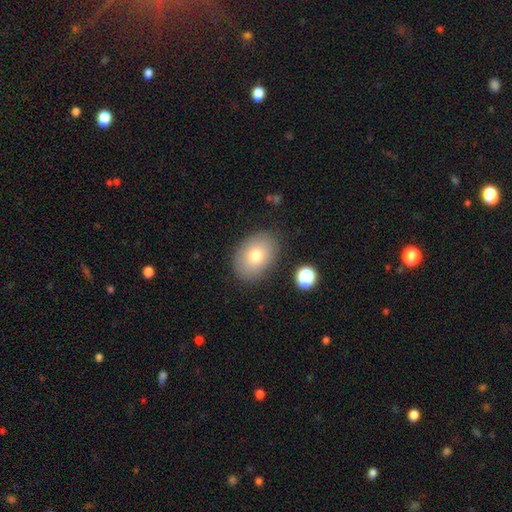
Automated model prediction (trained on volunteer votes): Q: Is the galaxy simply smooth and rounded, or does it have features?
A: smooth — 76%.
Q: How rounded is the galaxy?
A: in between — 78%.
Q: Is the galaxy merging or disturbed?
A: none — 83%.